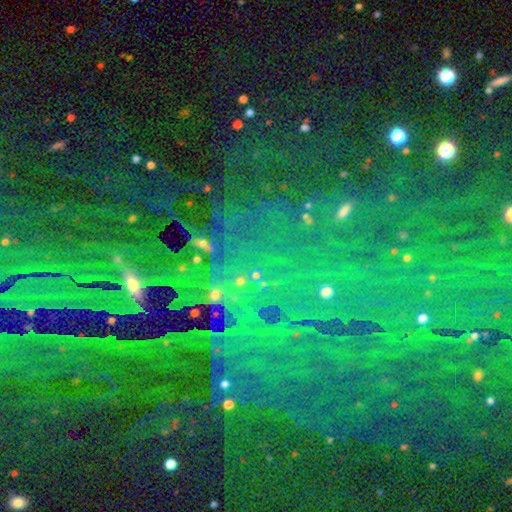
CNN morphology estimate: The model was most divided on "smooth or featured": star or artifact: 79%, featured or disk: 11%, smooth: 10%.